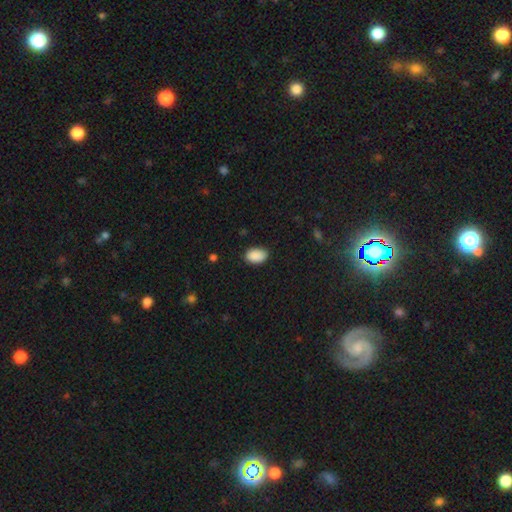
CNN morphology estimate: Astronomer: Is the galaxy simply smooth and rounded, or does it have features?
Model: smooth — 90%.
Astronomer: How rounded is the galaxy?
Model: in between — 90%.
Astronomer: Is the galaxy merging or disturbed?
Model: none — 85%.